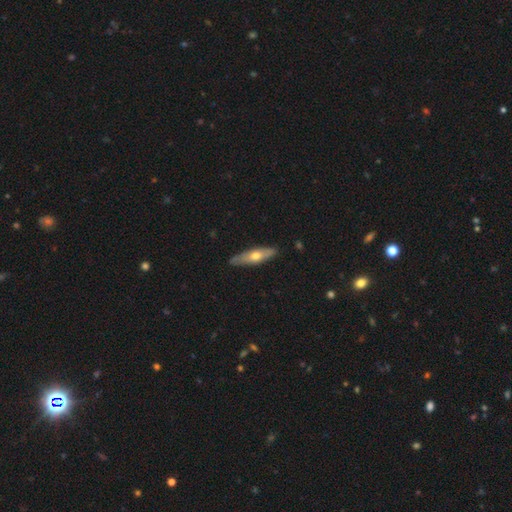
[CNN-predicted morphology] featured or disk 48%, smooth 47%, star or artifact 5%. Down the decision tree: merging — none (85%).